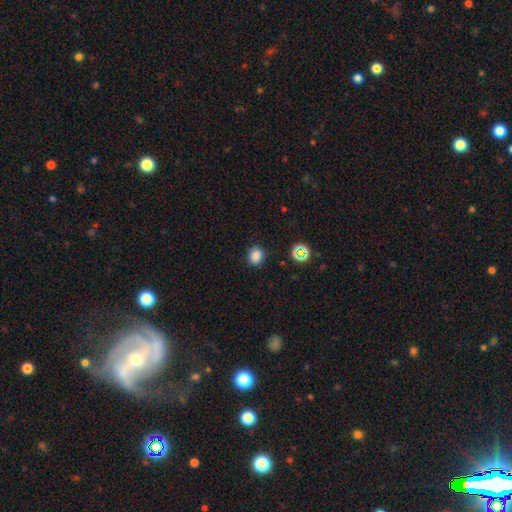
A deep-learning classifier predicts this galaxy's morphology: smooth_or_featured: smooth (p=0.82) [alt: star or artifact p=0.14]
how_rounded: round (p=0.66) [alt: in between p=0.33]
merging: none (p=0.88) [alt: minor disturbance p=0.08]